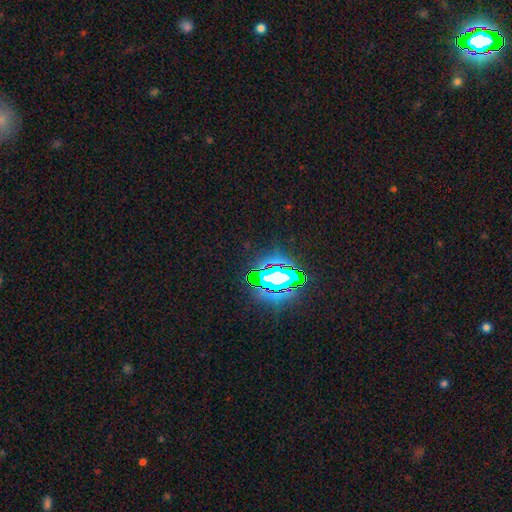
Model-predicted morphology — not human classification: star or artifact 81%, smooth 12%, featured or disk 8%.